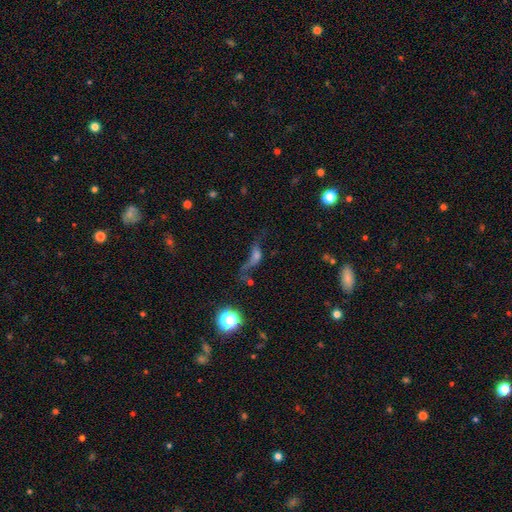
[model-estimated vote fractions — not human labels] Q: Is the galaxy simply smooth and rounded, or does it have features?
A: featured or disk — 40%.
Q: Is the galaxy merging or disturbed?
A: major disturbance — 42%.